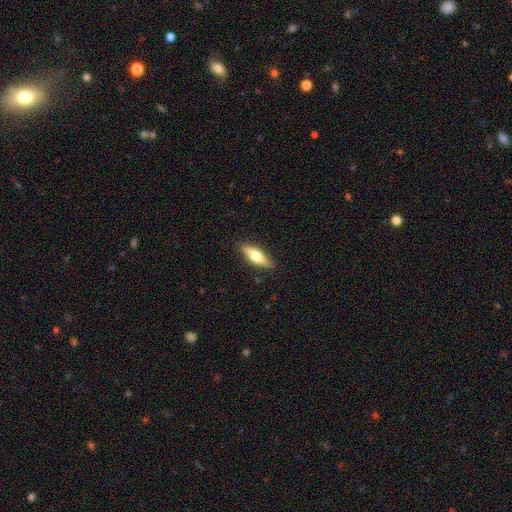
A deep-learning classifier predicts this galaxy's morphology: This appears to be a smooth galaxy with no disk features (52%) that is cigar-shaped (56%). Merging: none (87%).